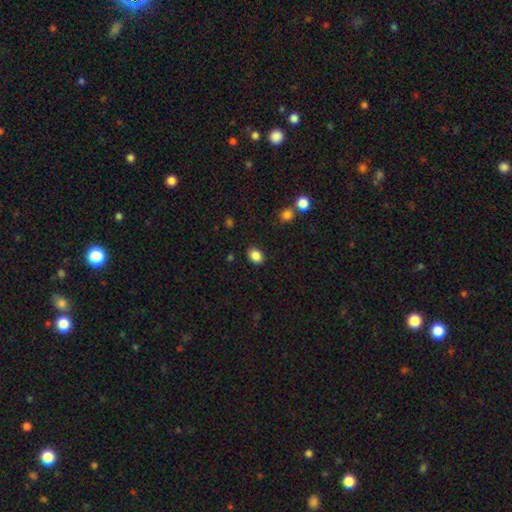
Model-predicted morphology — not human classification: smooth 87%, star or artifact 9%, featured or disk 4%. Down the decision tree: how rounded — in between (70%); merging — none (88%).